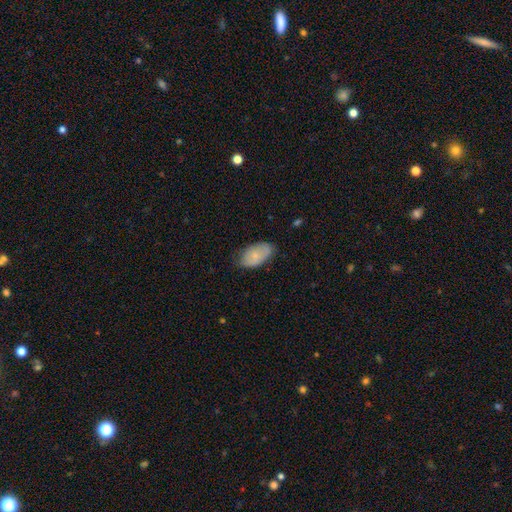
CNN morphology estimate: Smooth or featured? smooth (71%)
How rounded? in between (93%)
Merging? none (69%)